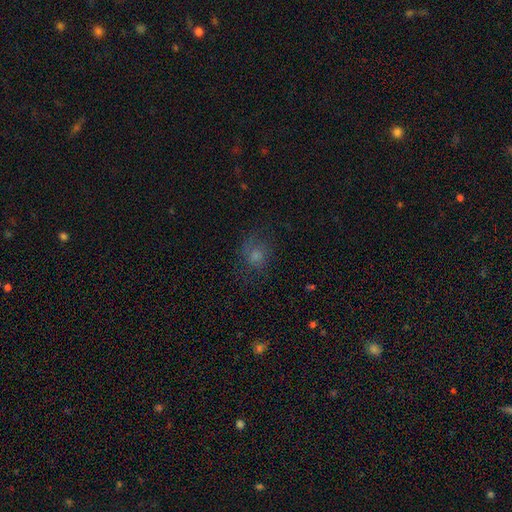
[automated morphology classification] This appears to be a smooth galaxy with no disk features (53%) that is round (71%). Merging: none (64%).